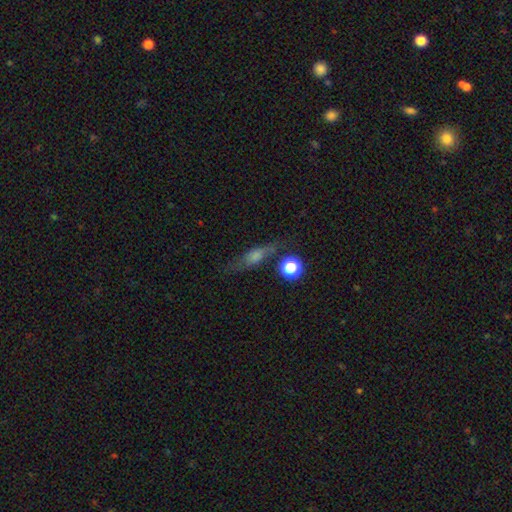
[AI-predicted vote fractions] The model was most divided on "smooth or featured": featured or disk: 44%, smooth: 42%, star or artifact: 15%. More confident: merging — none (71%).